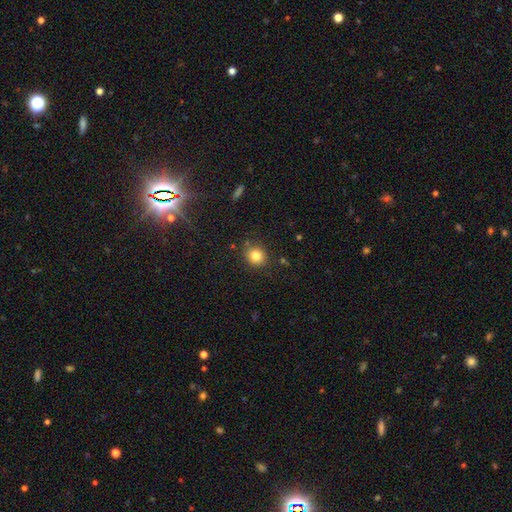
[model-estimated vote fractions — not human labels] Overall: smooth (82%). How rounded: round (84%). Merging: none (84%).